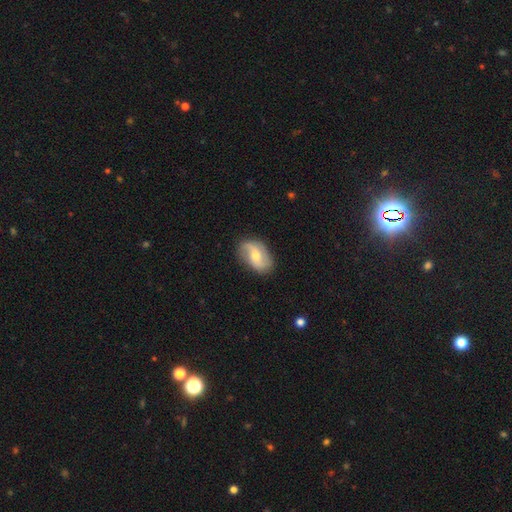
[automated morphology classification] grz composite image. It shows a featured or disk galaxy (69%) with no bar (48%), 2 (87%) loose (60%) spiral arms (89%) and a moderate central bulge (57%). Merging: none (81%).